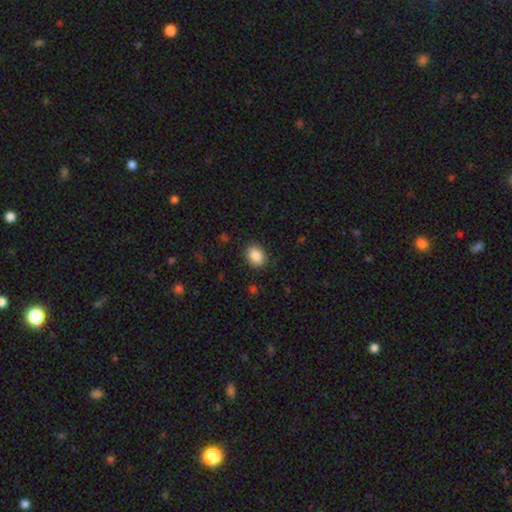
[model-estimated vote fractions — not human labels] A smooth galaxy with no disk features (88%) that is in between round and cigar-shaped (69%). Merging: none (88%).